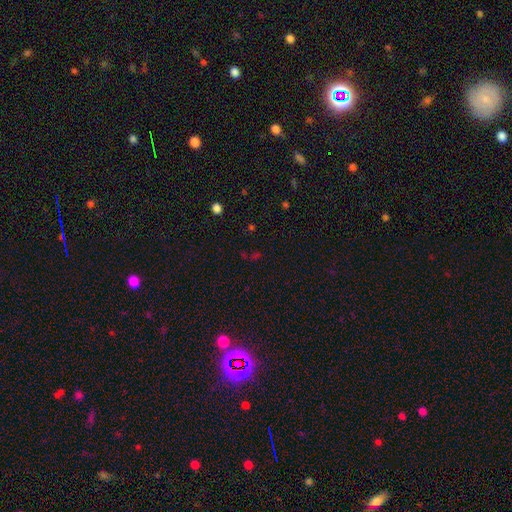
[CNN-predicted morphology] Q: Smooth or featured?
A: star or artifact (55%); runner-up: smooth (36%)